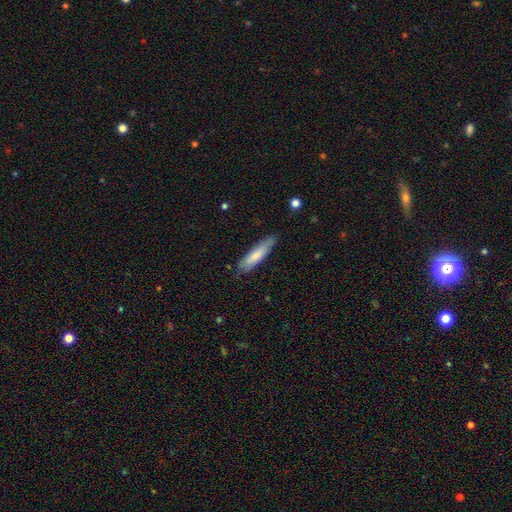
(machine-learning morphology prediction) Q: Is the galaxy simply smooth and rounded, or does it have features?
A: smooth — 74%.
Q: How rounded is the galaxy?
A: cigar-shaped — 76%.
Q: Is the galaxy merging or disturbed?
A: none — 80%.